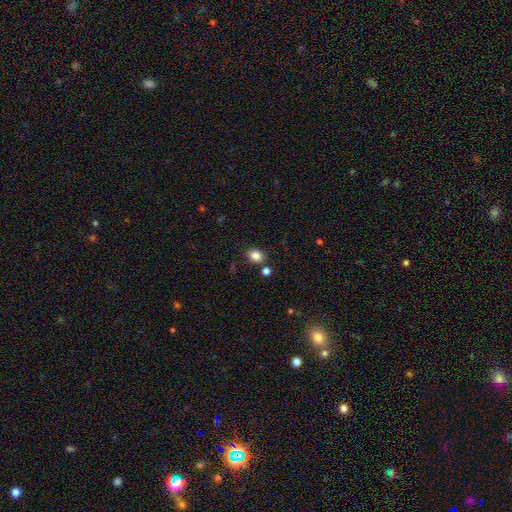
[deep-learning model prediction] Smooth or featured: smooth — 84% (star or artifact — 11%)
How rounded: in between — 54% (round — 45%)
Merging: none — 80% (minor disturbance — 10%)